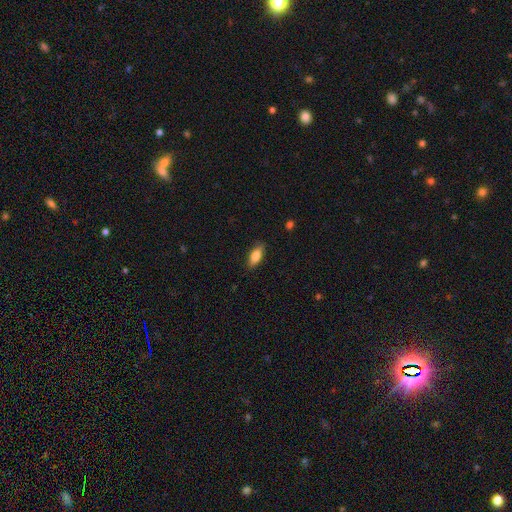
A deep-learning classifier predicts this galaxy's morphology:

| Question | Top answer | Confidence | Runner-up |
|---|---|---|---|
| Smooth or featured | smooth | 82% | featured or disk (11%) |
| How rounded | in between | 79% | cigar-shaped (19%) |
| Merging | none | 84% | minor disturbance (12%) |